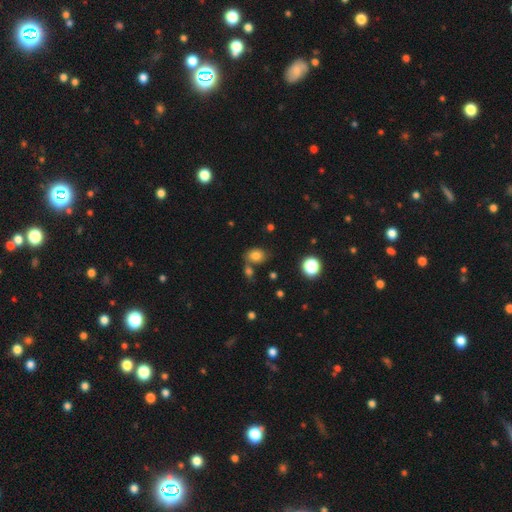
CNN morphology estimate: This appears to be a smooth galaxy with no disk features (78%) that is in between round and cigar-shaped (61%). Merging: none (63%).